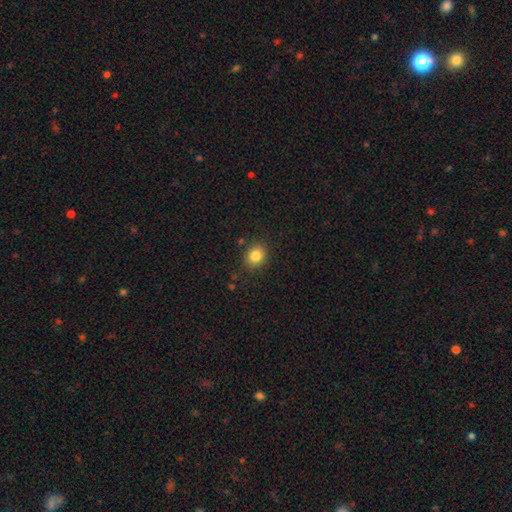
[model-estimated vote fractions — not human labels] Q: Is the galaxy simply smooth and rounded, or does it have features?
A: smooth — 83%.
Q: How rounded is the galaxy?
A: round — 67%.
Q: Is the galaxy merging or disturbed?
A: none — 85%.